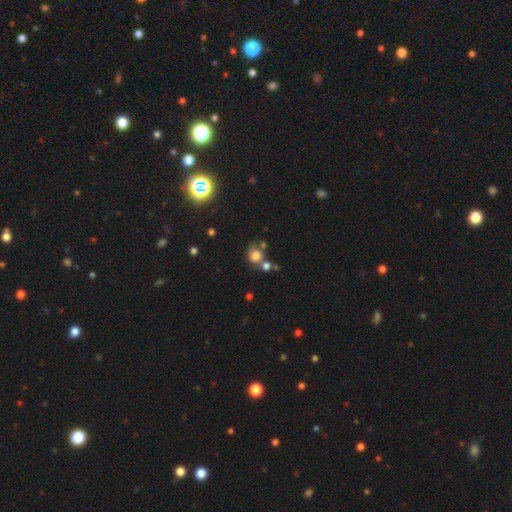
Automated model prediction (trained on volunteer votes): smooth-or-featured: smooth: 72% | star or artifact: 15% | featured or disk: 13%
  how-rounded: round: 66% | in between: 33% | cigar-shaped: 1%
  merging: none: 43% | merger: 33% | minor disturbance: 15% | major disturbance: 9%